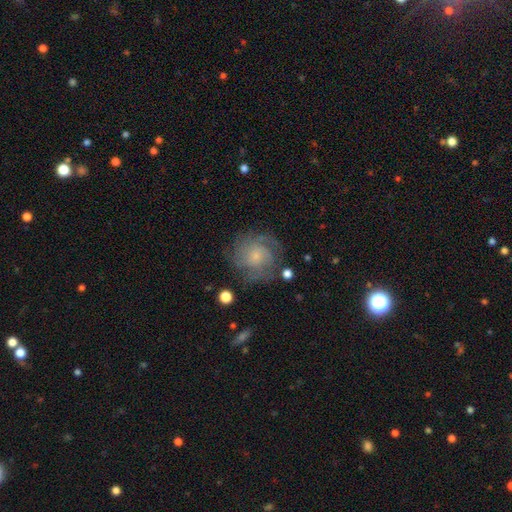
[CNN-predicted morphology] Q: Smooth or featured?
A: featured or disk (64%); runner-up: smooth (27%)
Q: Edge-on disk?
A: no (97%); runner-up: yes (3%)
Q: Bar?
A: no (80%); runner-up: weak (18%)
Q: Spiral arms?
A: yes (87%); runner-up: no (13%)
Q: Spiral winding?
A: tight (54%); runner-up: medium (33%)
Q: Spiral arm count?
A: can't tell (42%); runner-up: 3 (17%)
Q: Bulge size?
A: small (71%); runner-up: moderate (19%)
Q: Merging?
A: none (70%); runner-up: minor disturbance (17%)